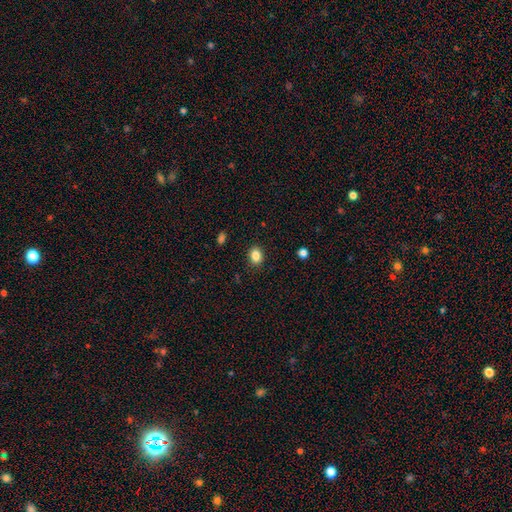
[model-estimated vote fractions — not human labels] Smooth or featured? Predicted: smooth (p=0.86). How rounded? Predicted: in between (p=0.60). Merging? Predicted: none (p=0.89).